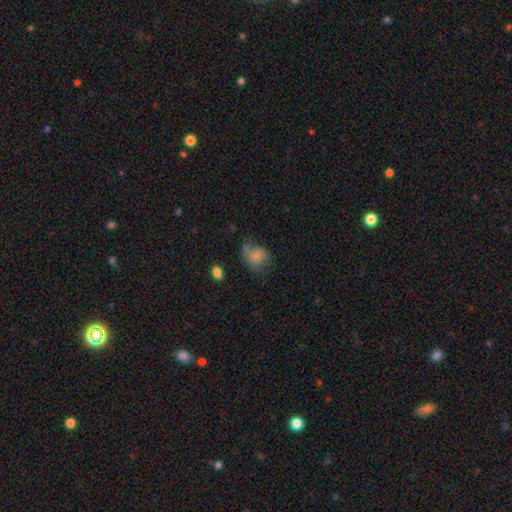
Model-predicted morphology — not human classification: Smooth or featured?
  - smooth: 65% *
  - featured or disk: 25%
  - star or artifact: 10%
How rounded?
  - round: 50% *
  - in between: 49%
  - cigar-shaped: 1%
Merging?
  - none: 35% *
  - major disturbance: 32%
  - minor disturbance: 28%
  - merger: 5%